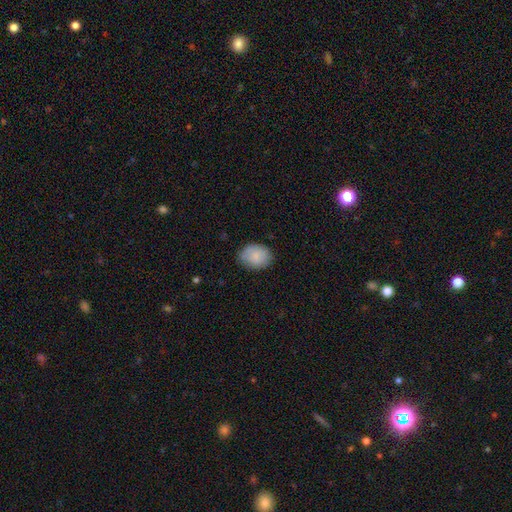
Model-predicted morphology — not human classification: smooth-or-featured: smooth: 86% | featured or disk: 7% | star or artifact: 7%
  how-rounded: in between: 65% | round: 34% | cigar-shaped: 1%
  merging: none: 78% | minor disturbance: 18% | major disturbance: 3% | merger: 1%